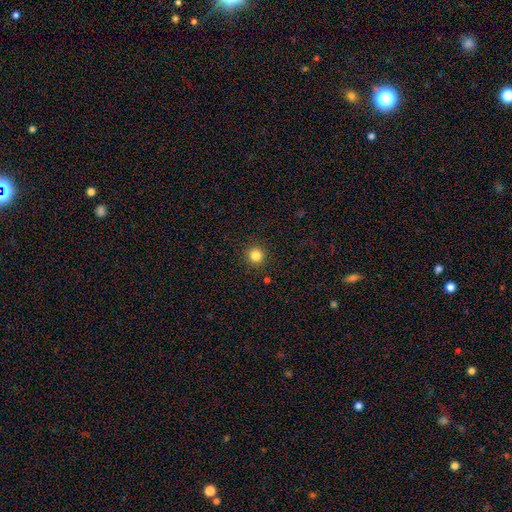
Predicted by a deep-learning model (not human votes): Morphology: type=smooth (84%); roundness=round (93%); merging=none (91%).